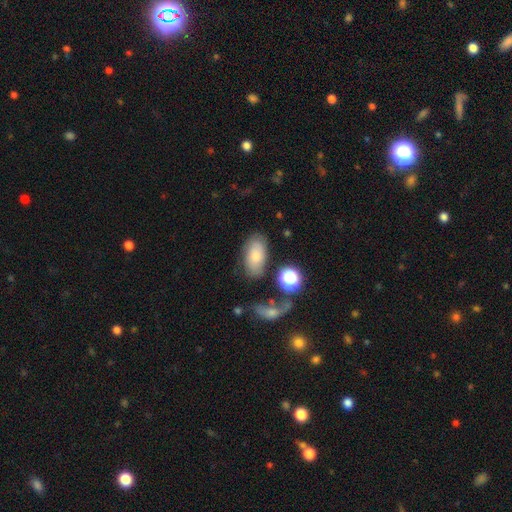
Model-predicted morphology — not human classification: Q: Smooth or featured?
A: smooth (64%); runner-up: featured or disk (25%)
Q: How rounded?
A: in between (91%); runner-up: round (7%)
Q: Merging?
A: none (69%); runner-up: minor disturbance (19%)